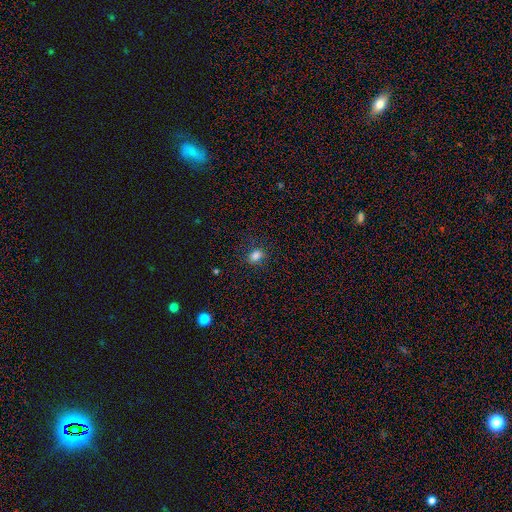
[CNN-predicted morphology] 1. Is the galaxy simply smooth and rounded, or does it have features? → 82% smooth, 13% star or artifact, 5% featured or disk.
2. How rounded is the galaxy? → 66% in between, 33% round, 2% cigar-shaped.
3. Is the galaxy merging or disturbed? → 81% none, 14% minor disturbance, 4% major disturbance, 1% merger.